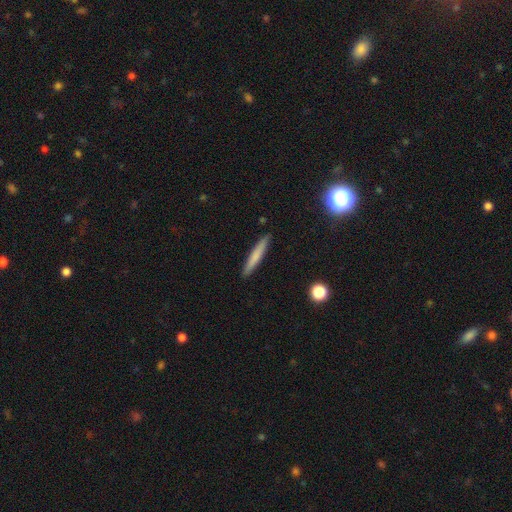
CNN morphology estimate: A smooth galaxy with no disk features (70%) that is cigar-shaped (95%). Merging: none (91%).